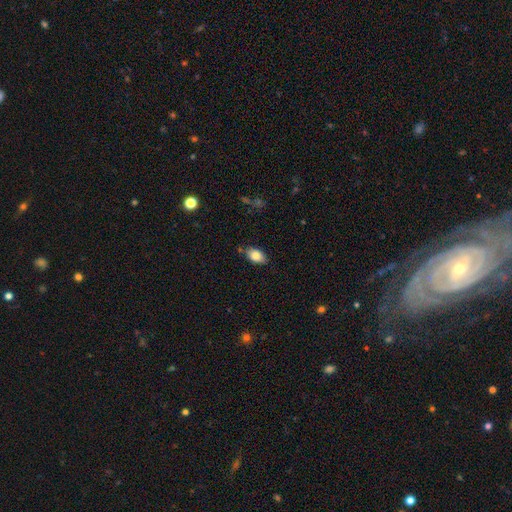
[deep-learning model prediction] smooth-or-featured: smooth: 84% | featured or disk: 9% | star or artifact: 7%
  how-rounded: in between: 90% | round: 7% | cigar-shaped: 2%
  merging: none: 75% | minor disturbance: 18% | merger: 4% | major disturbance: 3%